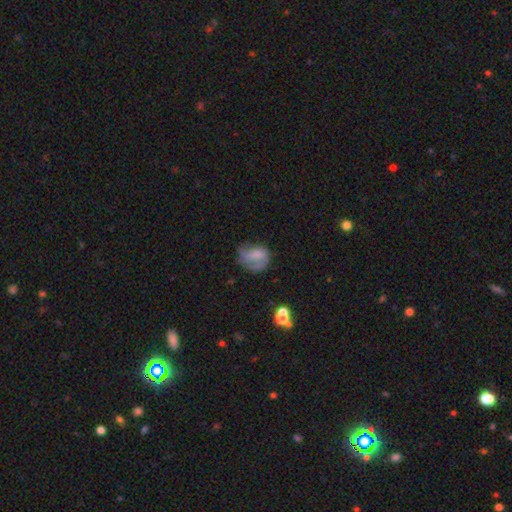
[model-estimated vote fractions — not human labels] Smooth or featured? smooth (58%)
How rounded? round (55%)
Merging? none (38%)